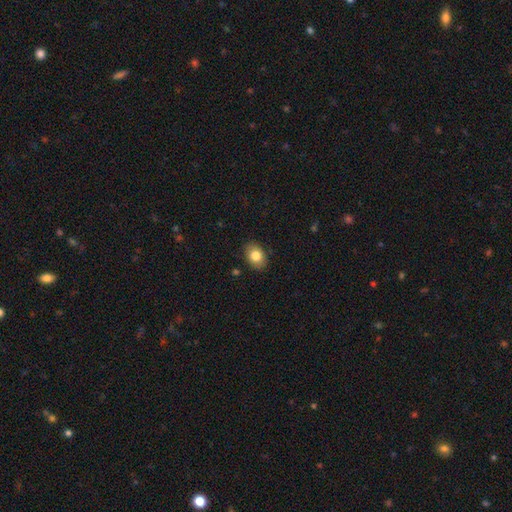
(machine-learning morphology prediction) Smooth or featured? Predicted: smooth (p=0.83). How rounded? Predicted: in between (p=0.73). Merging? Predicted: none (p=0.86).